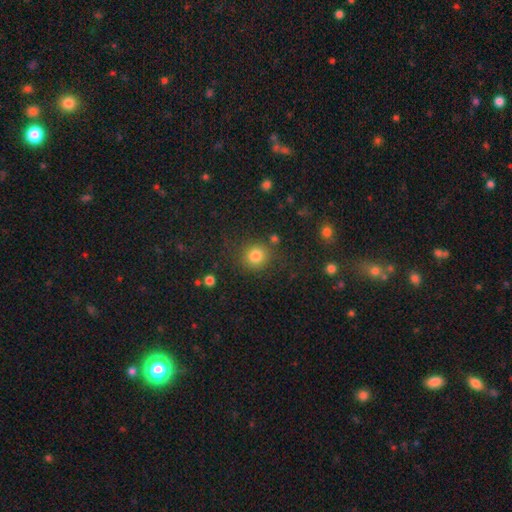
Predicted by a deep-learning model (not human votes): smooth_or_featured: smooth (p=0.81) [alt: star or artifact p=0.13]
how_rounded: round (p=0.88) [alt: in between p=0.11]
merging: none (p=0.82) [alt: minor disturbance p=0.10]